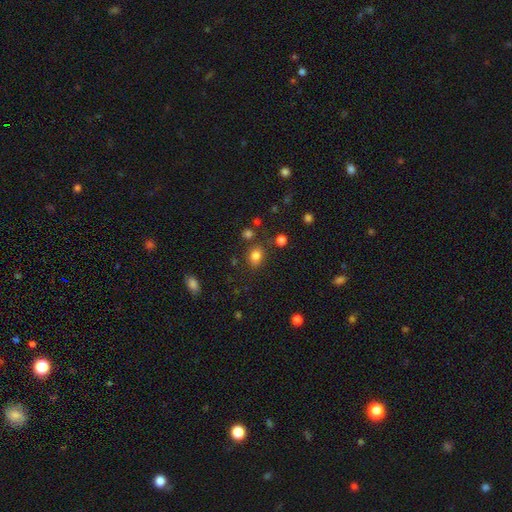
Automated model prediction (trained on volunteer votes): The model was most divided on "how rounded": in between: 50%, round: 48%, cigar-shaped: 1%. More confident: smooth or featured — smooth (80%); merging — none (74%).